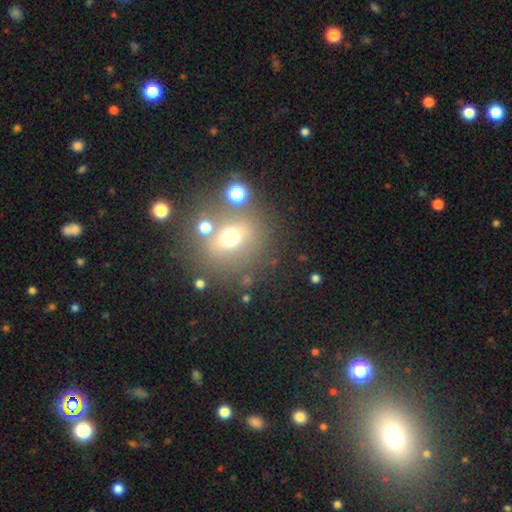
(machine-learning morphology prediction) The model was most divided on "smooth or featured": smooth: 46%, star or artifact: 32%, featured or disk: 21%. More confident: merging — none (70%).